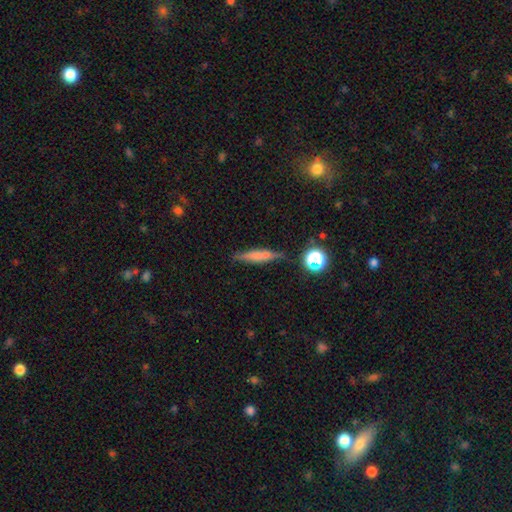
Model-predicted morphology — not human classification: Overall: smooth (50%; featured or disk 38%). Merging: none (85%).